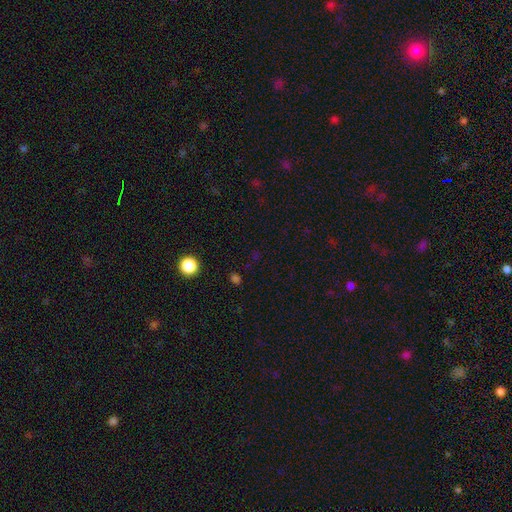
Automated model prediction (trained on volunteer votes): Smooth or featured?
  - star or artifact: 55% *
  - smooth: 39%
  - featured or disk: 6%